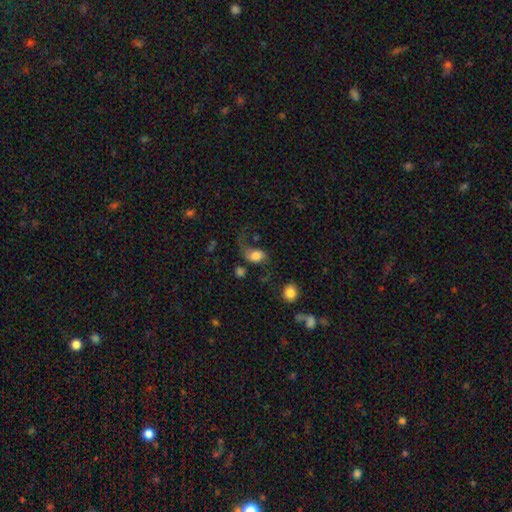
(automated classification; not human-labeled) This is possibly a smooth galaxy (56%). How rounded: likely in between (71%). Merging: marginally major disturbance (40%).